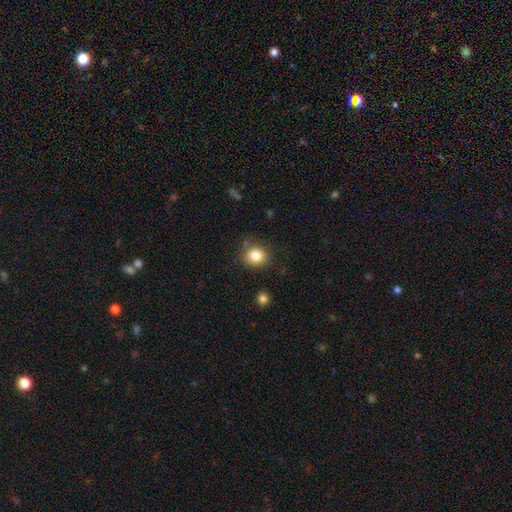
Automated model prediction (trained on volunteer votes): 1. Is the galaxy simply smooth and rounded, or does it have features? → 83% smooth, 10% star or artifact, 6% featured or disk.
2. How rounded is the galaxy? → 74% round, 25% in between, 1% cigar-shaped.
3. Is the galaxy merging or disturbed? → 77% none, 15% minor disturbance, 5% major disturbance, 3% merger.